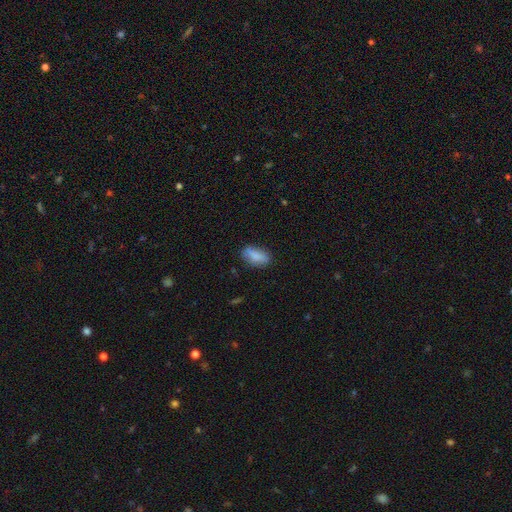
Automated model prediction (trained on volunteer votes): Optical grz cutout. It shows a smooth galaxy with no disk features (82%) that is in between round and cigar-shaped (84%). Merging: none (71%).